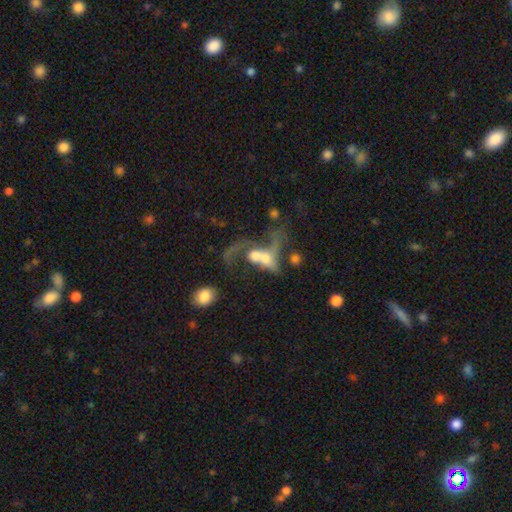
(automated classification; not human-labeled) Smooth or featured?
  - featured or disk: 52% *
  - smooth: 37%
  - star or artifact: 11%
Edge-on disk?
  - no: 94% *
  - yes: 6%
Merging?
  - merger: 70% *
  - major disturbance: 17%
  - none: 8%
  - minor disturbance: 4%